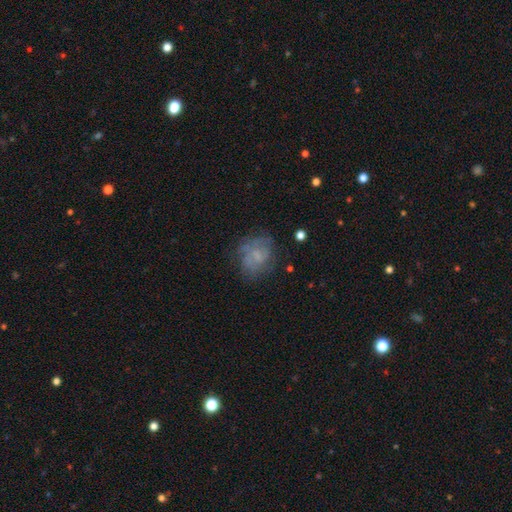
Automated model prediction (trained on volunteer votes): A featured or disk galaxy (47%).

Vote fractions:
- Smooth or featured? featured or disk: 47% / smooth: 40% / star or artifact: 13%
- Merging? none: 58% / minor disturbance: 23% / major disturbance: 17% / merger: 2%